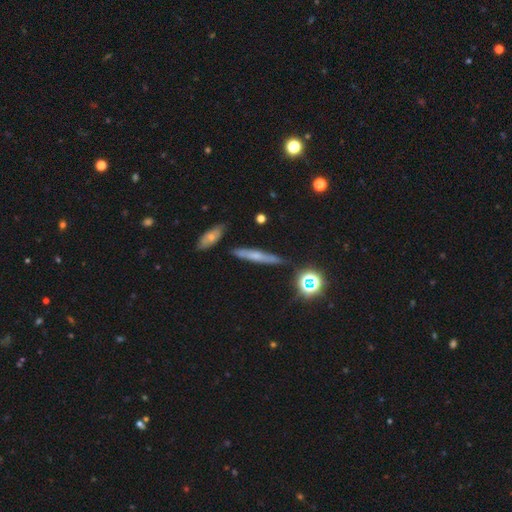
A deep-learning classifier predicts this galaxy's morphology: A smooth galaxy with no disk features (45%).

Vote fractions:
- Smooth or featured? smooth: 45% / featured or disk: 41% / star or artifact: 15%
- Merging? none: 80% / minor disturbance: 13% / merger: 4% / major disturbance: 3%